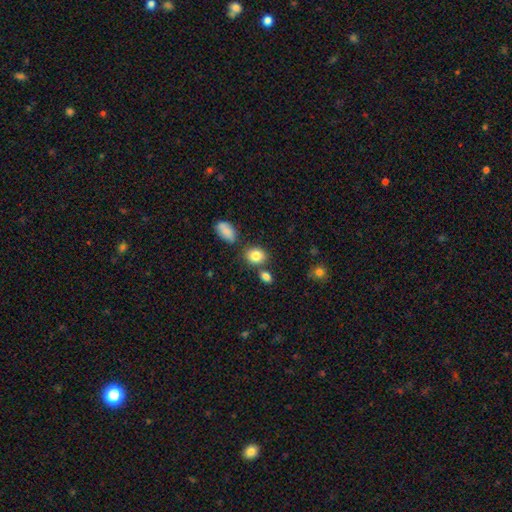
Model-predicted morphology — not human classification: Smooth or featured? smooth (84%)
How rounded? round (55%)
Merging? none (72%)